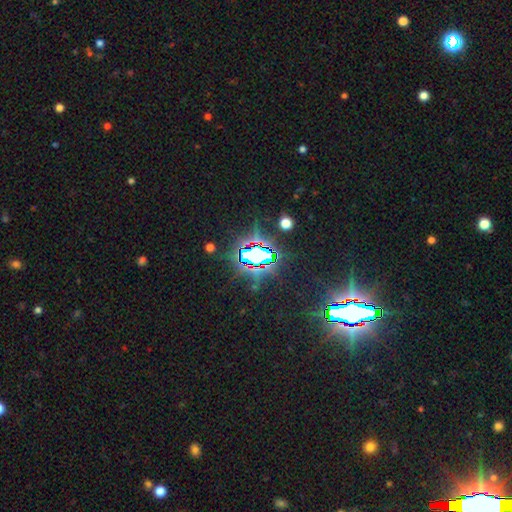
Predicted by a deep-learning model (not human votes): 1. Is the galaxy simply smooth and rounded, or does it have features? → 76% star or artifact, 12% smooth, 12% featured or disk.